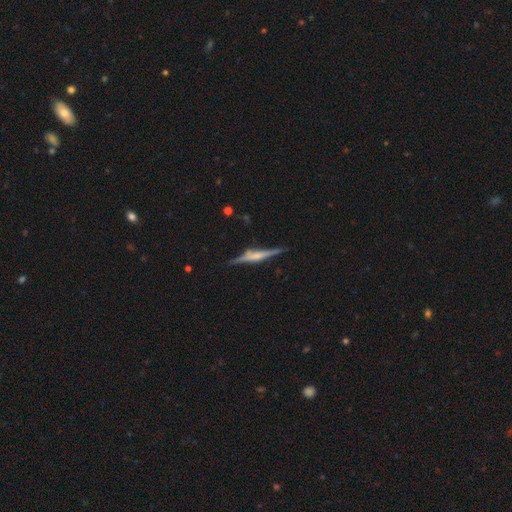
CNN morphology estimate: Q: Smooth or featured?
A: featured or disk (76%); runner-up: smooth (18%)
Q: Edge-on disk?
A: yes (98%); runner-up: no (2%)
Q: Edge-on bulge?
A: rounded (55%); runner-up: boxy (29%)
Q: Merging?
A: none (85%); runner-up: minor disturbance (11%)